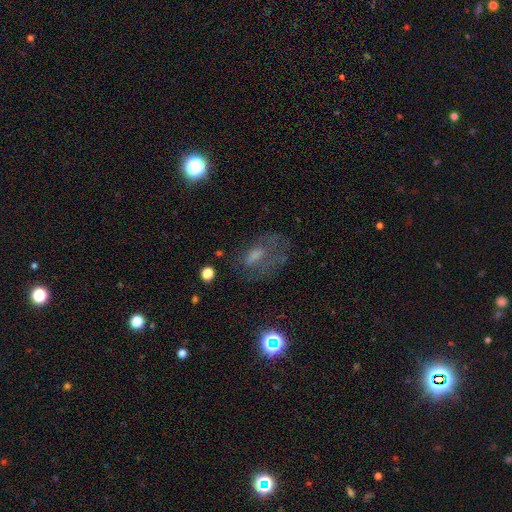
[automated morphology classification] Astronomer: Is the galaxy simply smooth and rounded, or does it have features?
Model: smooth — 39% (runner-up: featured or disk, 38%).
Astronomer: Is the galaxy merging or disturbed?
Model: none — 43% (runner-up: major disturbance, 34%).